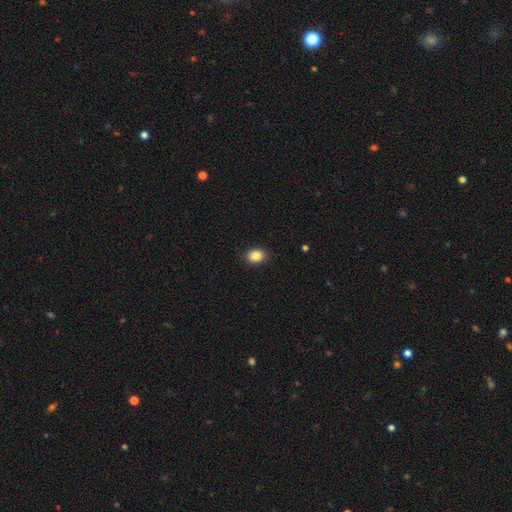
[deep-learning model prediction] Morphology: type=smooth (86%); roundness=in between (52%); merging=none (90%).